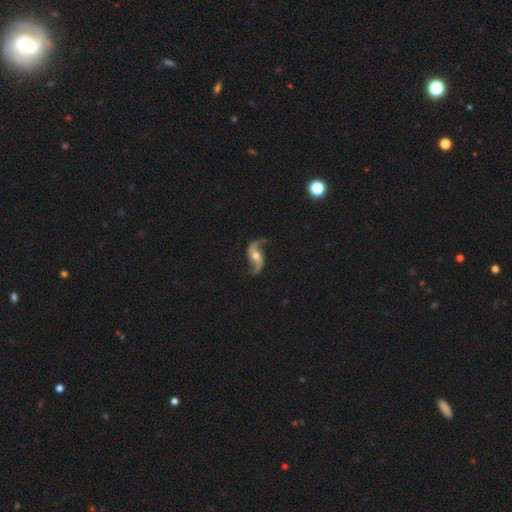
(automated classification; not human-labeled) featured or disk 90%, smooth 5%, star or artifact 4%. Down the decision tree: edge-on disk — no (97%); bar — no (52%); spiral arms — yes (97%); spiral arm count — 2 (94%); spiral winding — loose (81%); bulge size — moderate (72%); merging — none (80%).